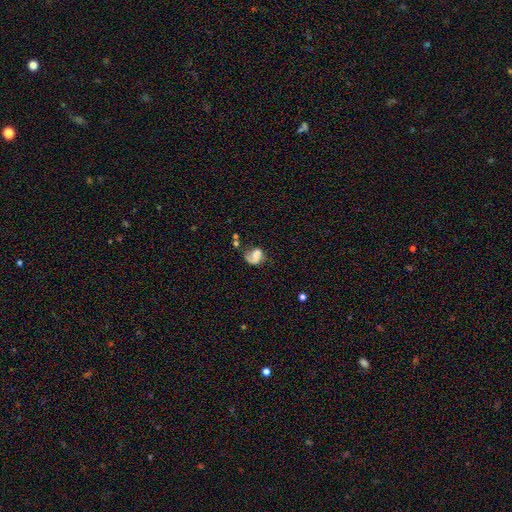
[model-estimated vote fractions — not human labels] Smooth or featured: featured or disk — 50% (smooth — 39%)
Merging: none — 34% (major disturbance — 30%)